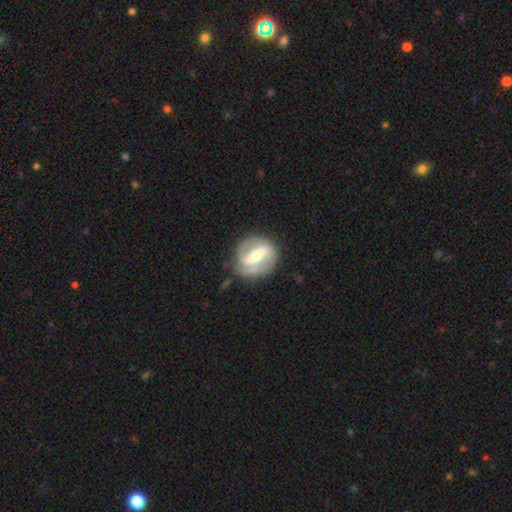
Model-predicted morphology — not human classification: A featured or disk galaxy (76%) with a strong bar (58%), 2 (79%) medium (42%) spiral arms (80%) and a moderate central bulge (54%).

Vote fractions:
- Smooth or featured? featured or disk: 76% / smooth: 19% / star or artifact: 6%
- Edge-on disk? no: 95% / yes: 5%
- Bar? strong: 58% / weak: 29% / no: 13%
- Spiral arms? yes: 80% / no: 20%
- Spiral winding? medium: 42% / tight: 30% / loose: 29%
- Spiral arm count? 2: 79% / can't tell: 10% / 1: 5% / 3: 4% / 4: 1% / more than 4: 1%
- Bulge size? moderate: 54% / small: 38% / large: 6% / none: 2% / dominant: 1%
- Merging? none: 74% / minor disturbance: 16% / major disturbance: 7% / merger: 3%